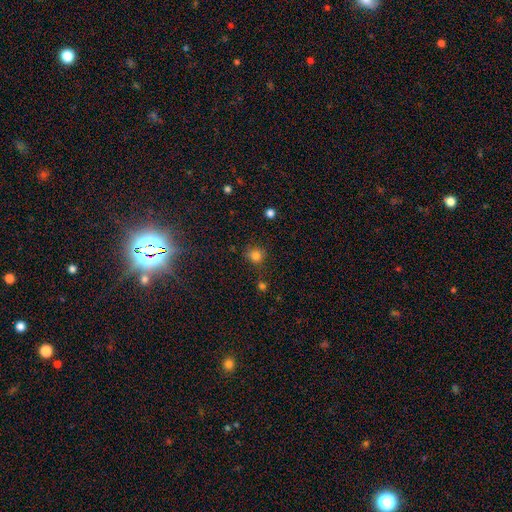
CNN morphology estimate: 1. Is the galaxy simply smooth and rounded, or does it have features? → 81% smooth, 14% star or artifact, 5% featured or disk.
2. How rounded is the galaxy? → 86% round, 13% in between, 1% cigar-shaped.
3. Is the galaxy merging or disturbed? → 79% none, 13% minor disturbance, 4% major disturbance, 4% merger.